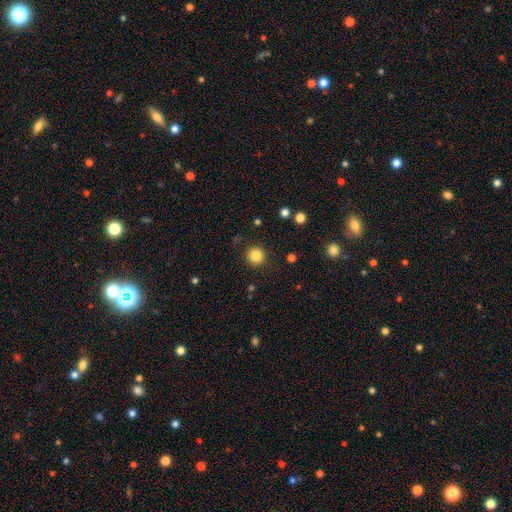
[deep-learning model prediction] This is clearly a smooth galaxy (85%). How rounded: clearly round (94%). Merging: clearly none (90%).